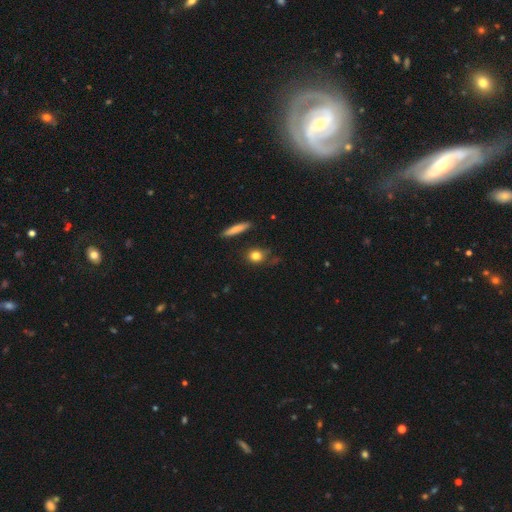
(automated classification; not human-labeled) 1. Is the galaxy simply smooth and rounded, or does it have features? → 80% smooth, 11% featured or disk, 9% star or artifact.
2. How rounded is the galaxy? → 54% round, 35% in between, 11% cigar-shaped.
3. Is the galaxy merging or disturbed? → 69% none, 19% minor disturbance, 8% major disturbance, 4% merger.